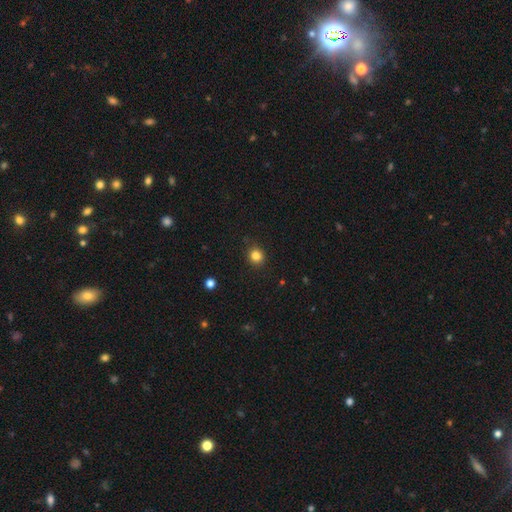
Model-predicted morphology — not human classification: Overall: smooth (83%). How rounded: round (83%). Merging: none (88%).